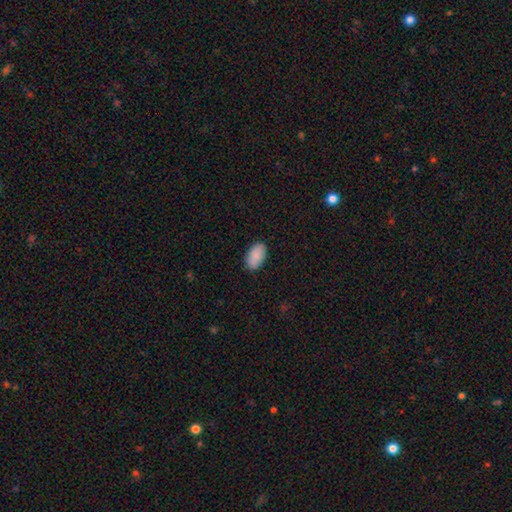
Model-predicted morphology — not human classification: smooth 89%, star or artifact 6%, featured or disk 5%. Down the decision tree: how rounded — in between (94%); merging — none (88%).